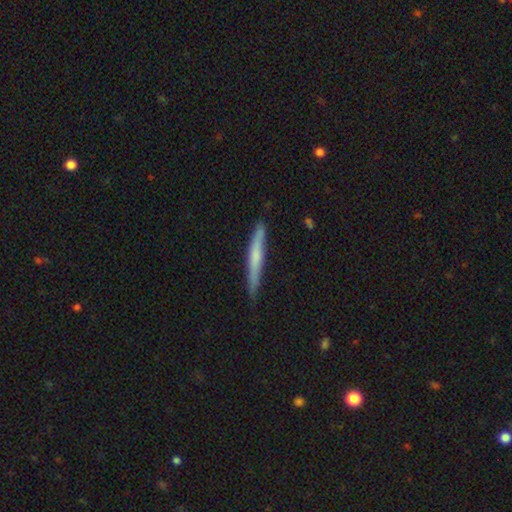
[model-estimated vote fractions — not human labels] smooth 53%, featured or disk 42%, star or artifact 6%. Down the decision tree: how rounded — cigar-shaped (96%); merging — none (83%).